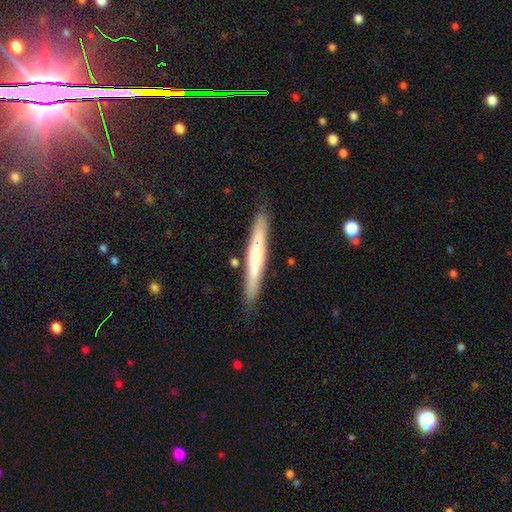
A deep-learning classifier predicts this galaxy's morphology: smooth 52%, featured or disk 43%, star or artifact 6%. Down the decision tree: how rounded — cigar-shaped (95%); merging — none (86%).